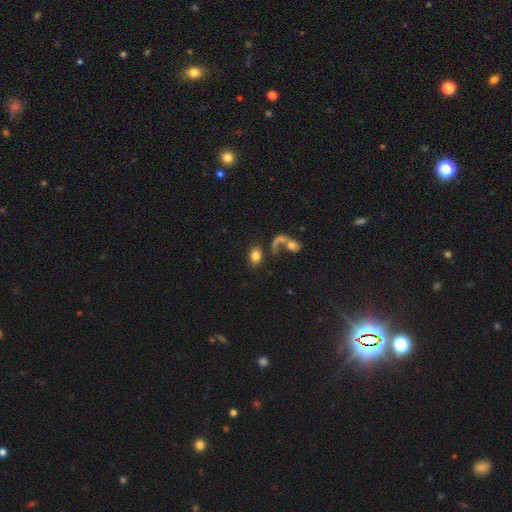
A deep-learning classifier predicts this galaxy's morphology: This appears to be a smooth galaxy with no disk features (73%) that is in between round and cigar-shaped (73%). Merging: none (47%).